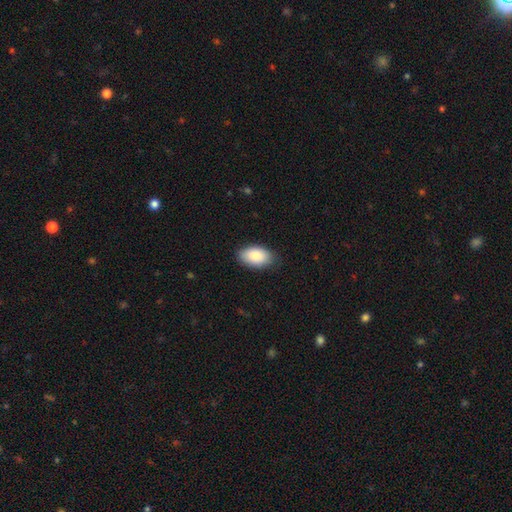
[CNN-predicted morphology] Smooth or featured? Predicted: smooth (p=0.87). How rounded? Predicted: in between (p=0.94). Merging? Predicted: none (p=0.84).